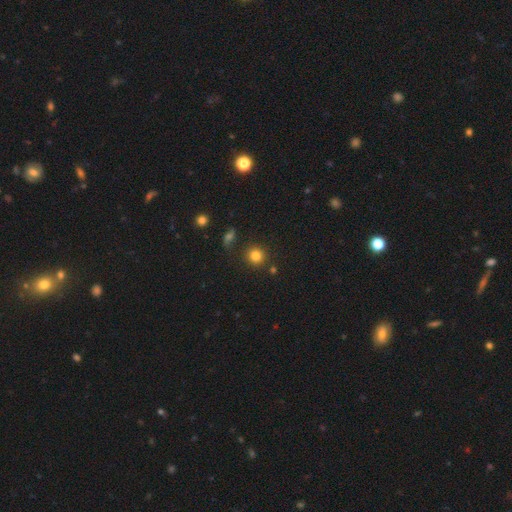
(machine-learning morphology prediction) Smooth or featured? Predicted: smooth (p=0.82). How rounded? Predicted: round (p=0.91). Merging? Predicted: none (p=0.85).